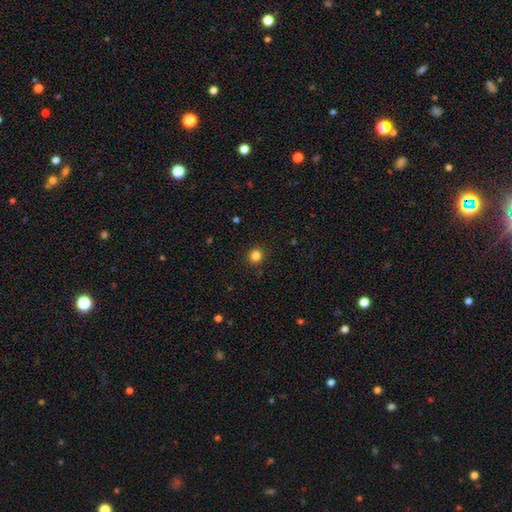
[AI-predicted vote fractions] A smooth galaxy with no disk features (83%) that is round (90%).

Vote fractions:
- Smooth or featured? smooth: 83% / star or artifact: 13% / featured or disk: 4%
- How rounded? round: 90% / in between: 9% / cigar-shaped: 1%
- Merging? none: 91% / minor disturbance: 6% / major disturbance: 2% / merger: 1%